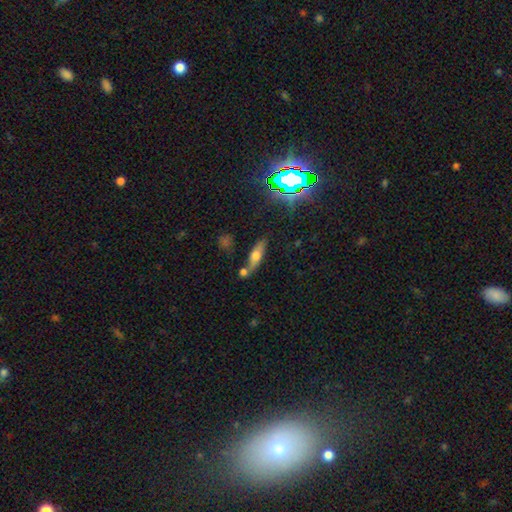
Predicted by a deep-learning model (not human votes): Q: Smooth or featured?
A: smooth (53%); runner-up: featured or disk (32%)
Q: How rounded?
A: in between (49%); runner-up: cigar-shaped (46%)
Q: Merging?
A: none (57%); runner-up: merger (24%)